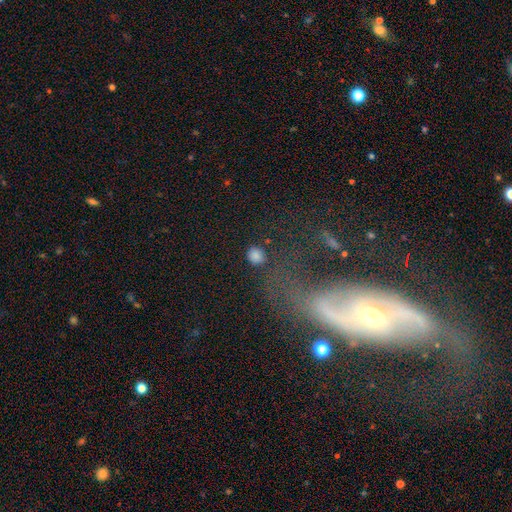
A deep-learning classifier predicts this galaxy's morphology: Smooth or featured? smooth (80%)
How rounded? round (87%)
Merging? none (84%)